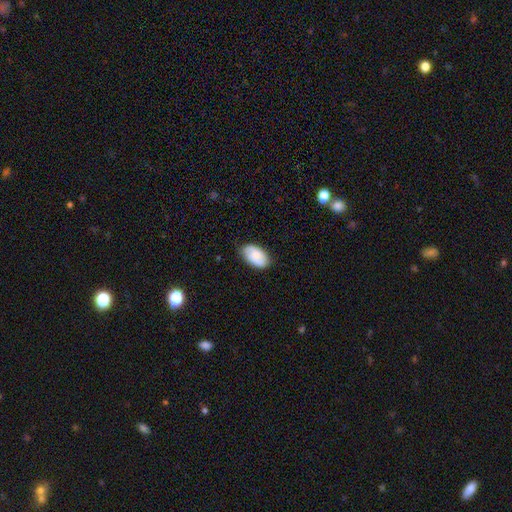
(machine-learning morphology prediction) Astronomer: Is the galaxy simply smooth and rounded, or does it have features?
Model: smooth — 69%.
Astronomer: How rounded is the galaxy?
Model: in between — 94%.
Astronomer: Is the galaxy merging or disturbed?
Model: none — 77%.